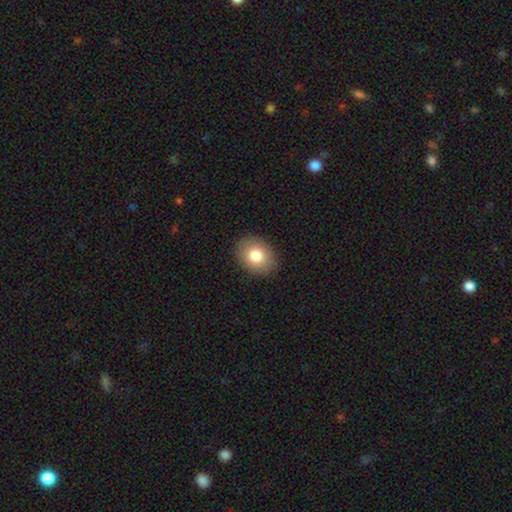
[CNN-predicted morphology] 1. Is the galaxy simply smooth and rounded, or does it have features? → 82% smooth, 10% featured or disk, 9% star or artifact.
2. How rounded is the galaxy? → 63% in between, 36% round, 1% cigar-shaped.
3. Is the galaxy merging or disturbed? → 89% none, 8% minor disturbance, 2% major disturbance, 1% merger.